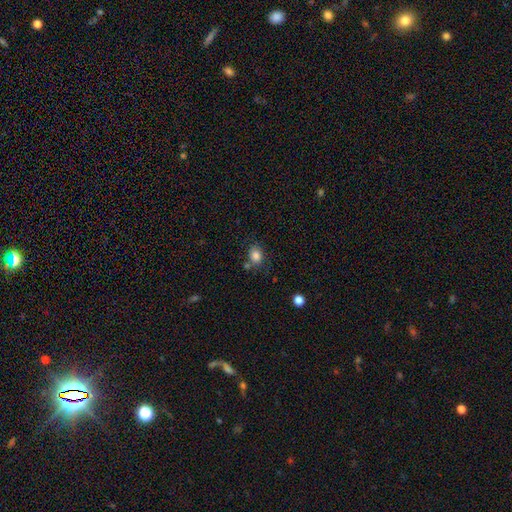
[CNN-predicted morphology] The model was most divided on "how rounded": in between: 51%, round: 48%, cigar-shaped: 1%. More confident: smooth or featured — smooth (82%); merging — none (68%).